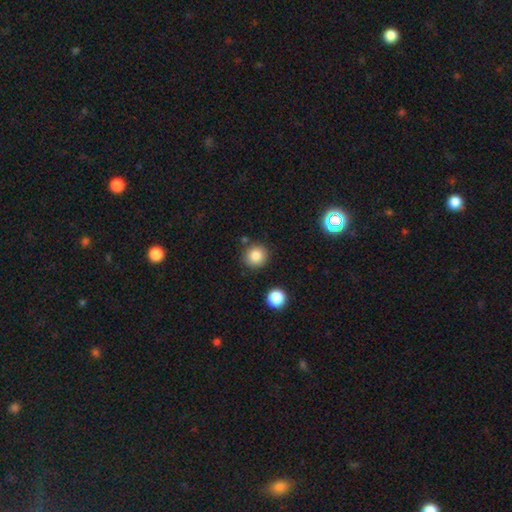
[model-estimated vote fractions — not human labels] This appears to be a smooth galaxy with no disk features (83%) that is round (92%). Merging: none (85%).